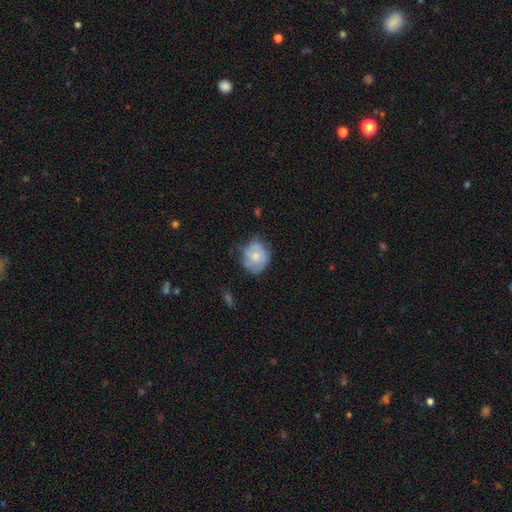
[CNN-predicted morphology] A smooth galaxy with no disk features (57%) that is round (71%). Merging: none (55%).